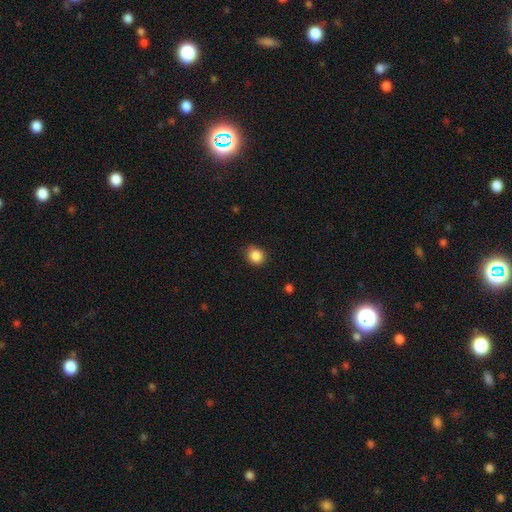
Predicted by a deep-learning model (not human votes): Q: Smooth or featured?
A: smooth (87%); runner-up: star or artifact (10%)
Q: How rounded?
A: round (73%); runner-up: in between (26%)
Q: Merging?
A: none (86%); runner-up: minor disturbance (10%)